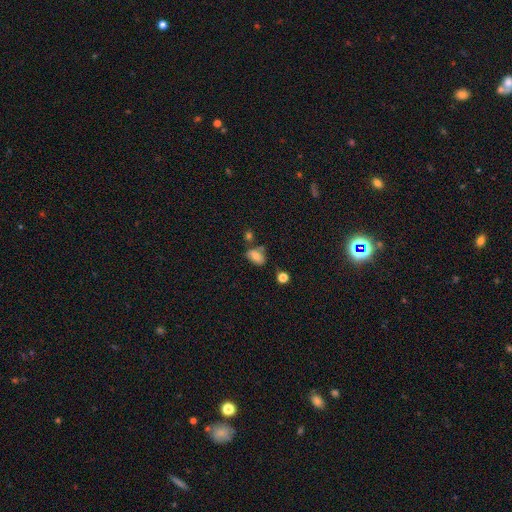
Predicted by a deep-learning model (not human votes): Smooth or featured: smooth — 76% (featured or disk — 13%)
How rounded: in between — 84% (round — 14%)
Merging: none — 54% (minor disturbance — 24%)